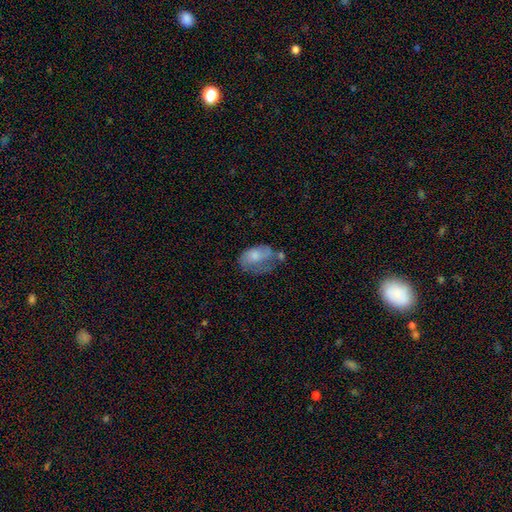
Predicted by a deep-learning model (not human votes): Morphology: type=smooth (60%); roundness=in between (87%); merging=minor disturbance (32%).